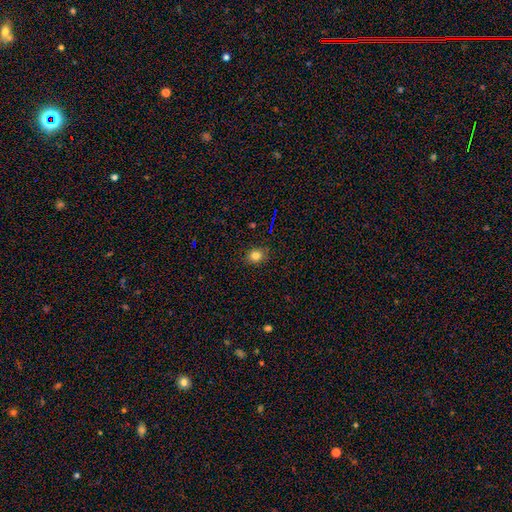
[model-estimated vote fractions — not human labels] Smooth or featured: smooth — 79% (star or artifact — 14%)
How rounded: round — 59% (in between — 40%)
Merging: none — 87% (minor disturbance — 9%)